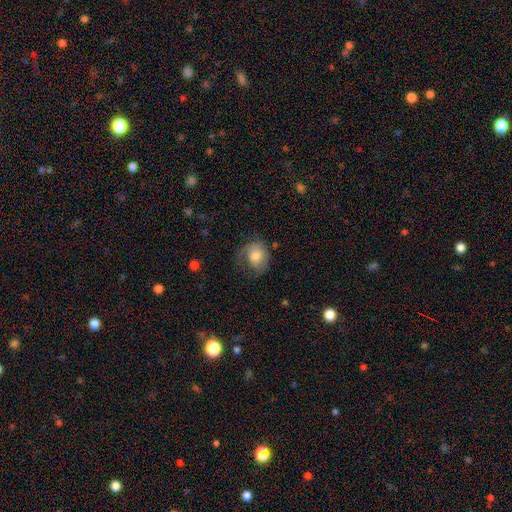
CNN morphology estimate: This appears to be a smooth galaxy with no disk features (58%) that is in between round and cigar-shaped (50%). Merging: none (40%).